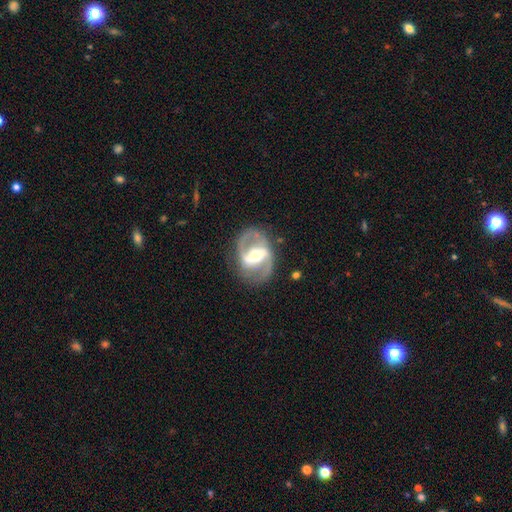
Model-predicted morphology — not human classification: This appears to be a featured or disk galaxy (87%) with a strong bar (55%), 2 (90%) medium (54%) spiral arms (91%) and a moderate central bulge (65%). Merging: none (78%).